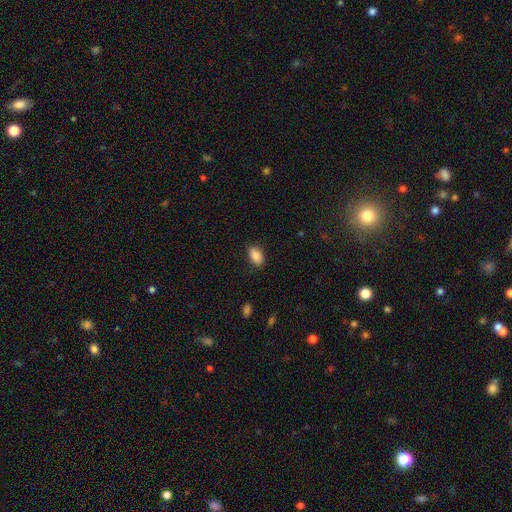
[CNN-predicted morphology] smooth 88%, star or artifact 8%, featured or disk 5%. Down the decision tree: how rounded — in between (91%); merging — none (86%).